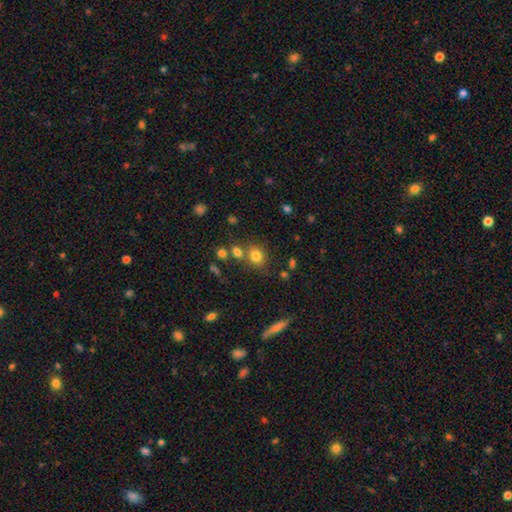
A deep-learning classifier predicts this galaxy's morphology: type=smooth (77%); roundness=round (64%); merging=none (64%).